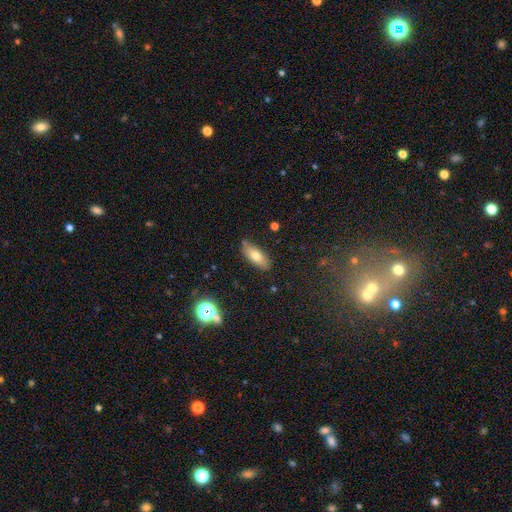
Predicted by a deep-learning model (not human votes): Morphology: type=smooth (73%); roundness=in between (76%); merging=none (79%).